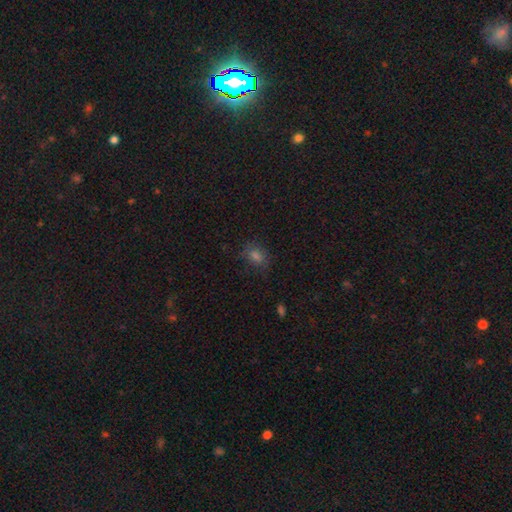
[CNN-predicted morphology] smooth 67%, star or artifact 23%, featured or disk 10%. Down the decision tree: how rounded — in between (62%); merging — none (73%).